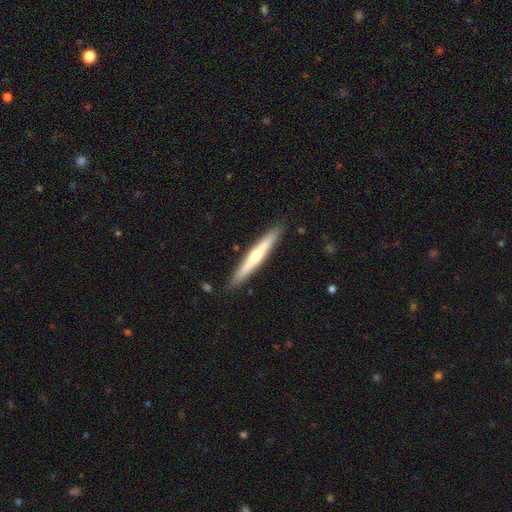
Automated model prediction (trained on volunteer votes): smooth_or_featured: featured or disk (p=0.56) [alt: smooth p=0.39]
disk_edge_on: yes (p=0.96) [alt: no p=0.04]
edge_on_bulge: rounded (p=0.77) [alt: none p=0.19]
merging: none (p=0.90) [alt: minor disturbance p=0.07]